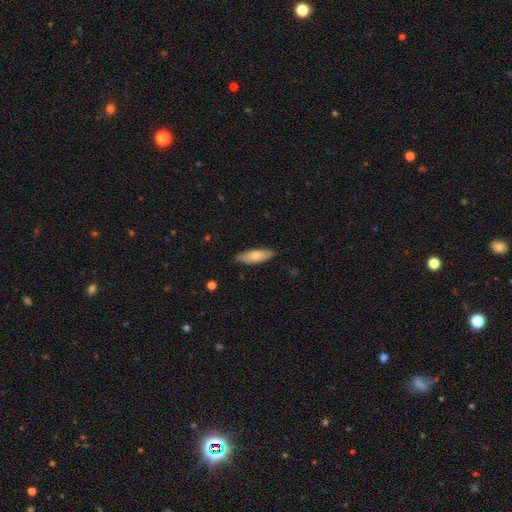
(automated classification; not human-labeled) Smooth or featured? smooth (70%)
How rounded? in between (55%)
Merging? none (85%)